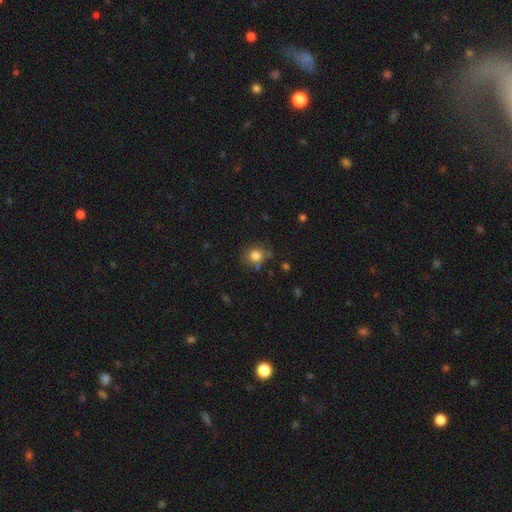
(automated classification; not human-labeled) smooth_or_featured: smooth (p=0.82) [alt: star or artifact p=0.11]
how_rounded: round (p=0.83) [alt: in between p=0.16]
merging: none (p=0.73) [alt: minor disturbance p=0.16]